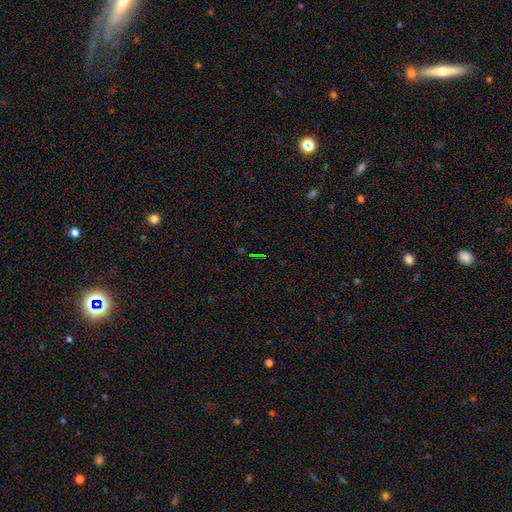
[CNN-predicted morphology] smooth_or_featured: star or artifact (p=0.75) [alt: smooth p=0.13]